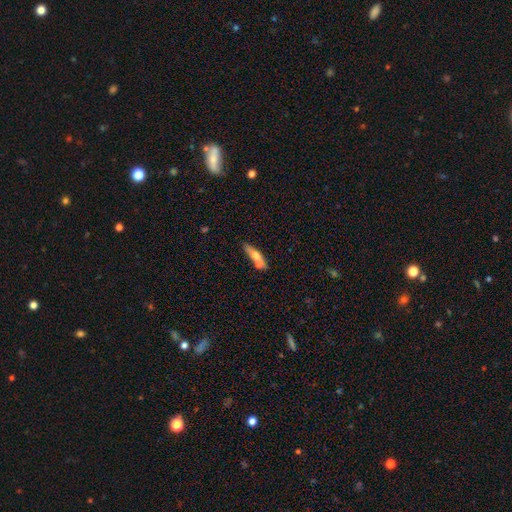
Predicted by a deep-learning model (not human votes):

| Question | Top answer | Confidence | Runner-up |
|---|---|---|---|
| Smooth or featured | smooth | 59% | featured or disk (35%) |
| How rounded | cigar-shaped | 58% | in between (37%) |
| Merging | none | 45% | merger (36%) |